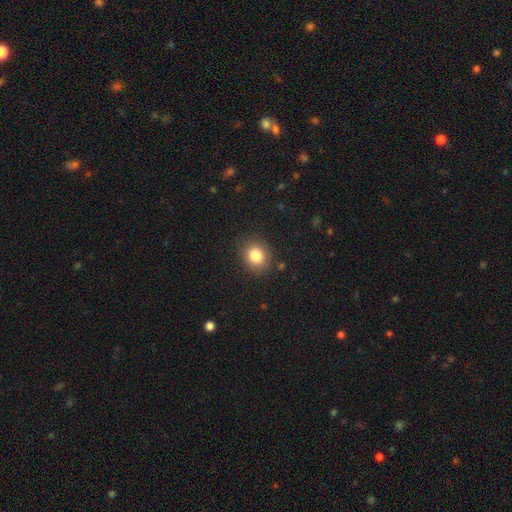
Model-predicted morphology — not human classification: smooth 83%, star or artifact 11%, featured or disk 7%. Down the decision tree: how rounded — round (71%); merging — none (86%).